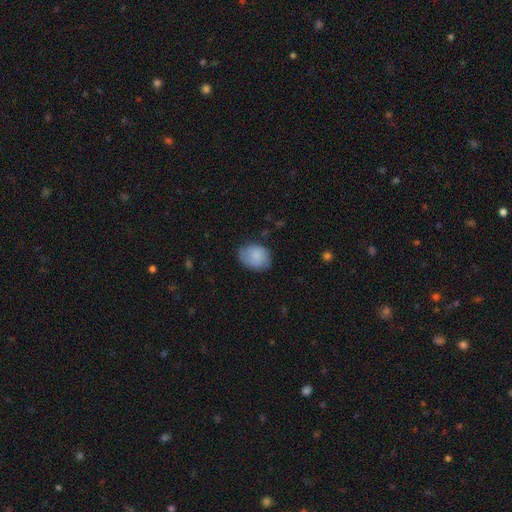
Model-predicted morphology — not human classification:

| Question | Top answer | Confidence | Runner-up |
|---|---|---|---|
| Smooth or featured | smooth | 80% | featured or disk (13%) |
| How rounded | in between | 67% | round (32%) |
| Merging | none | 68% | minor disturbance (25%) |